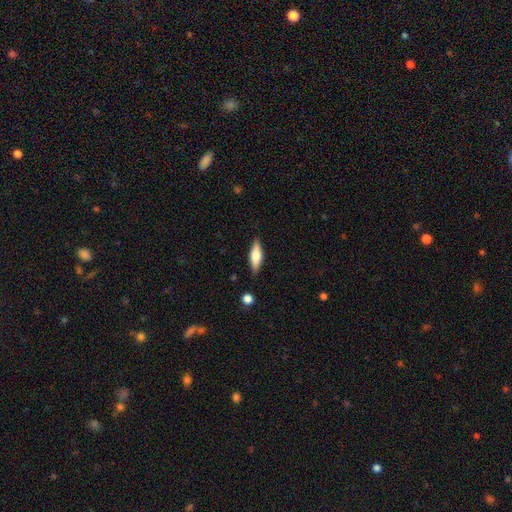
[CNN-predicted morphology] A smooth galaxy with no disk features (58%) that is in between round and cigar-shaped (53%). Merging: none (86%).